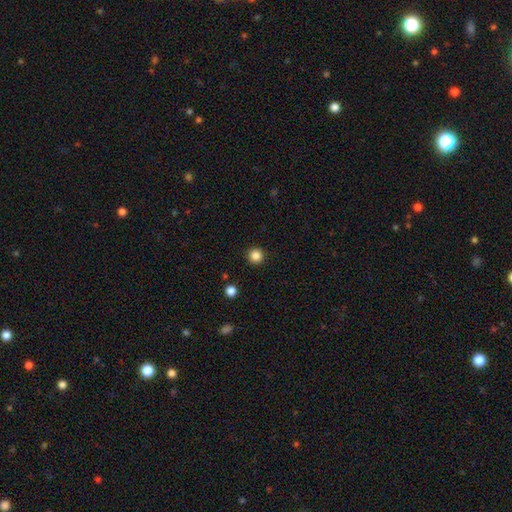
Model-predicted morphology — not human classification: Smooth or featured: smooth — 85% (star or artifact — 12%)
How rounded: round — 96% (in between — 3%)
Merging: none — 93% (minor disturbance — 4%)